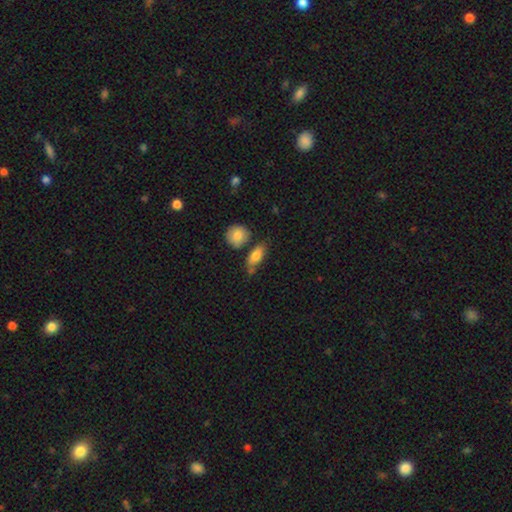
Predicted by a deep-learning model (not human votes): A smooth galaxy with no disk features (80%) that is in between round and cigar-shaped (80%). Merging: none (60%).